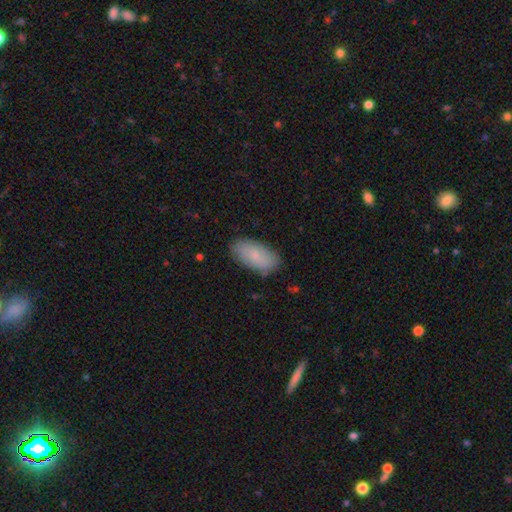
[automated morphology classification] smooth-or-featured: smooth: 79% | featured or disk: 14% | star or artifact: 6%
  how-rounded: in between: 93% | cigar-shaped: 5% | round: 2%
  merging: none: 84% | minor disturbance: 13% | major disturbance: 3% | merger: 1%